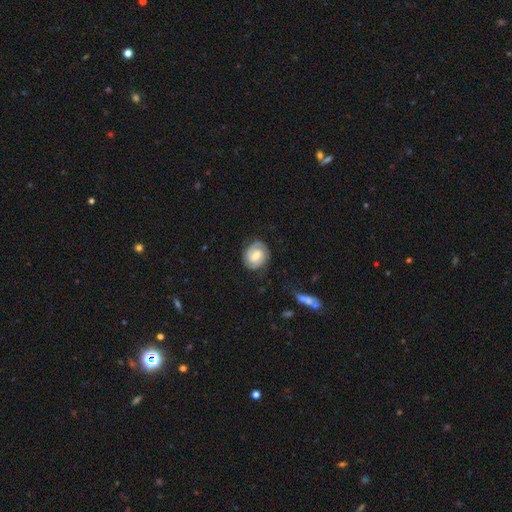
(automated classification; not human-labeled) Q: Smooth or featured?
A: featured or disk (66%); runner-up: smooth (27%)
Q: Edge-on disk?
A: no (97%); runner-up: yes (3%)
Q: Bar?
A: weak (49%); runner-up: no (36%)
Q: Spiral arms?
A: yes (88%); runner-up: no (12%)
Q: Spiral winding?
A: tight (62%); runner-up: medium (29%)
Q: Spiral arm count?
A: 2 (70%); runner-up: can't tell (16%)
Q: Bulge size?
A: moderate (63%); runner-up: small (26%)
Q: Merging?
A: none (76%); runner-up: minor disturbance (17%)